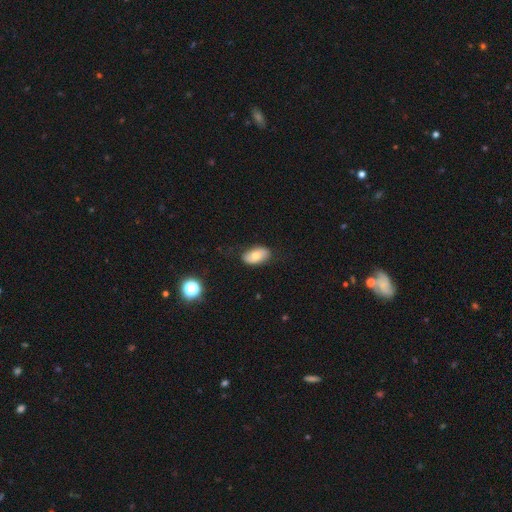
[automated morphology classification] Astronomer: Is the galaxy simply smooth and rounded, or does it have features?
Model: smooth — 68%.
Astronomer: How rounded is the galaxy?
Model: in between — 93%.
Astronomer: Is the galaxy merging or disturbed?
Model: none — 81%.